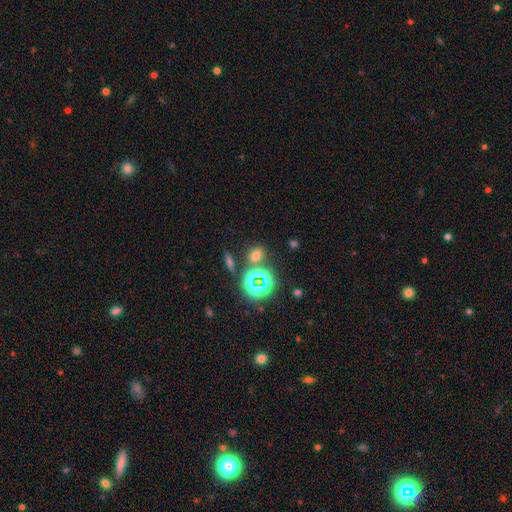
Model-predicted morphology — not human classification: Smooth or featured? smooth (60%)
How rounded? in between (57%)
Merging? none (75%)